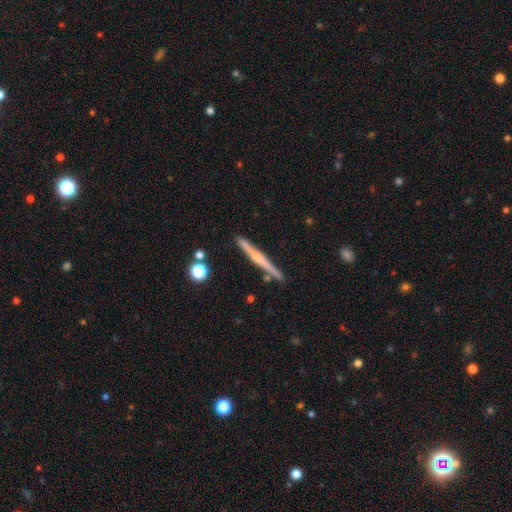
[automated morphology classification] Q: Smooth or featured?
A: featured or disk (61%); runner-up: smooth (33%)
Q: Edge-on disk?
A: yes (98%); runner-up: no (2%)
Q: Edge-on bulge?
A: none (49%); runner-up: rounded (41%)
Q: Merging?
A: none (88%); runner-up: minor disturbance (8%)